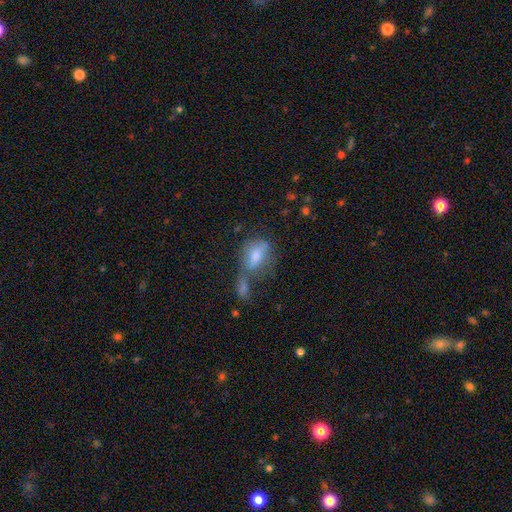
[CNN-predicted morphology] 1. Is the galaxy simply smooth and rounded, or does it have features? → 64% smooth, 25% featured or disk, 11% star or artifact.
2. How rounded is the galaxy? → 79% in between, 16% round, 6% cigar-shaped.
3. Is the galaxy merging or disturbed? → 39% merger, 28% none, 17% minor disturbance, 15% major disturbance.